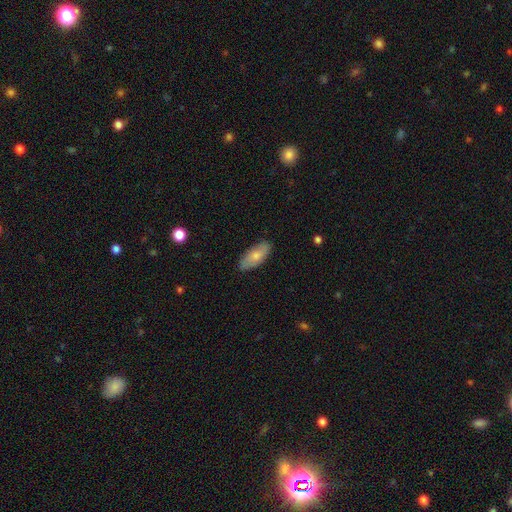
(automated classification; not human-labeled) Smooth or featured? smooth (74%)
How rounded? in between (85%)
Merging? none (85%)